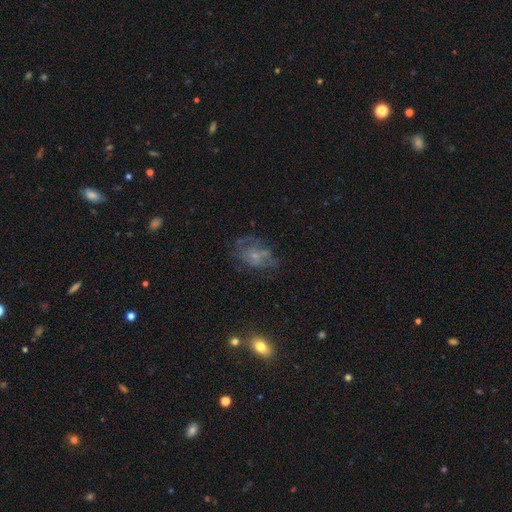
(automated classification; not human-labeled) Smooth or featured: featured or disk — 55% (smooth — 31%)
Edge-on disk: no — 97% (yes — 3%)
Bar: no — 82% (weak — 16%)
Spiral arms: no — 55% (yes — 45%)
Bulge size: small — 62% (moderate — 18%)
Merging: none — 47% (major disturbance — 25%)